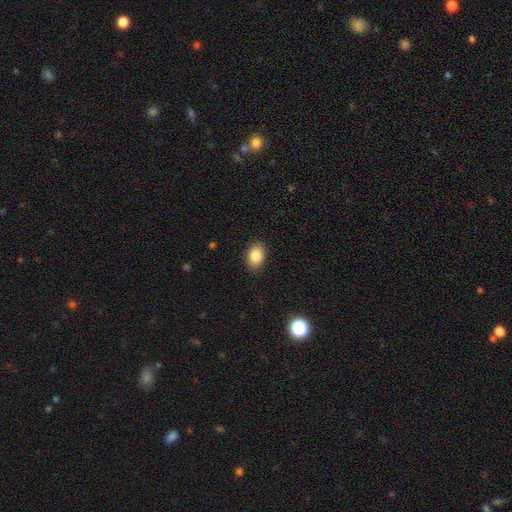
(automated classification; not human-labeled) The model was most divided on "how rounded": in between: 83%, round: 15%, cigar-shaped: 1%. More confident: merging — none (89%); smooth or featured — smooth (84%).